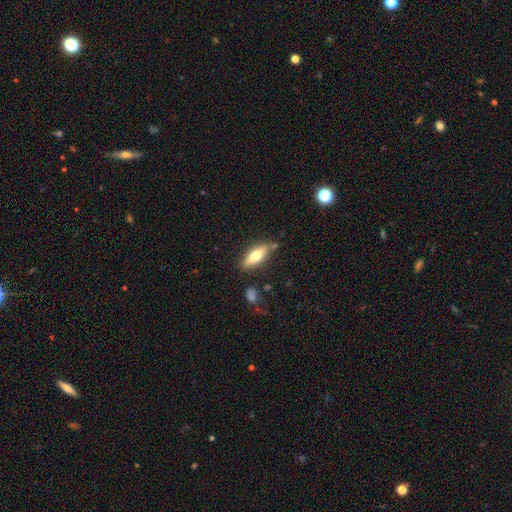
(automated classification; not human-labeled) Overall: smooth (64%; featured or disk 29%). How rounded: in between (62%; cigar-shaped 35%). Merging: none (76%).